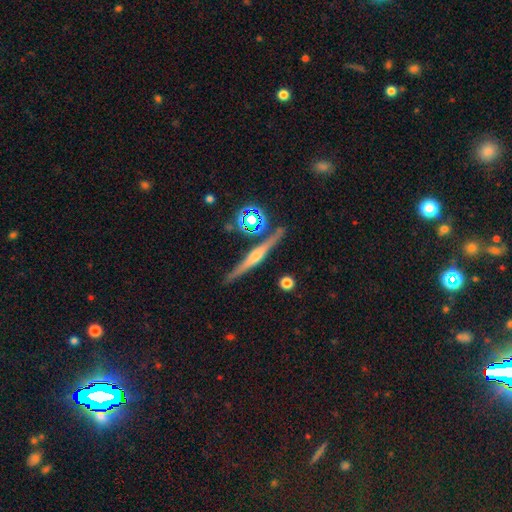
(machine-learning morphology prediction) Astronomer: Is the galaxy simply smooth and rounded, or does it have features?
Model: featured or disk — 76%.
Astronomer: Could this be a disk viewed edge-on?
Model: yes — 98%.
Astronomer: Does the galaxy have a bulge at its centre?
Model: rounded — 84%.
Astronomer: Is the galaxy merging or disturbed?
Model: none — 88%.